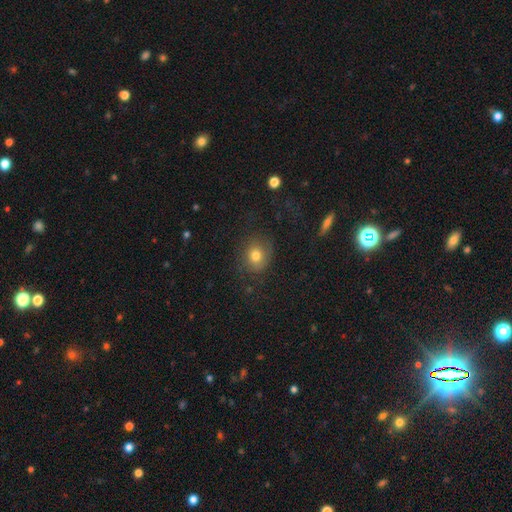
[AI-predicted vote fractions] Smooth or featured? smooth (73%)
How rounded? round (63%)
Merging? none (71%)